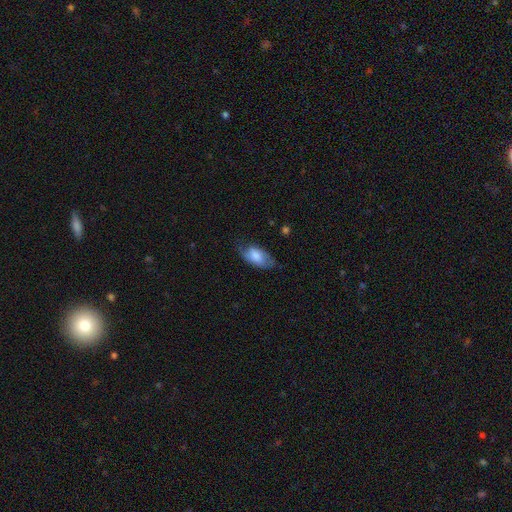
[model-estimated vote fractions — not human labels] This is likely a smooth galaxy (63%). How rounded: clearly in between (91%). Merging: possibly none (57%).